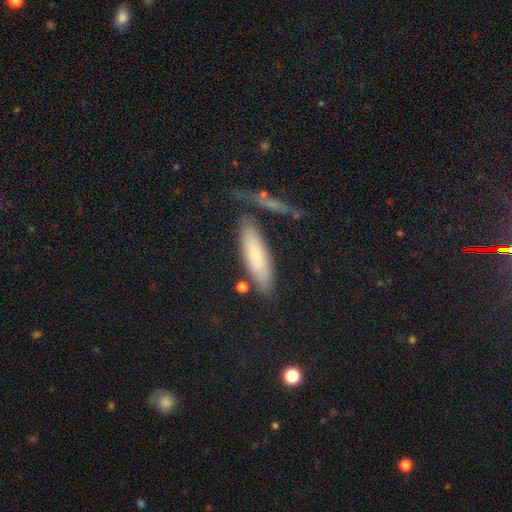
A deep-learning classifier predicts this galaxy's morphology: Overall: smooth (71%). How rounded: cigar-shaped (58%; in between 40%). Merging: none (72%).